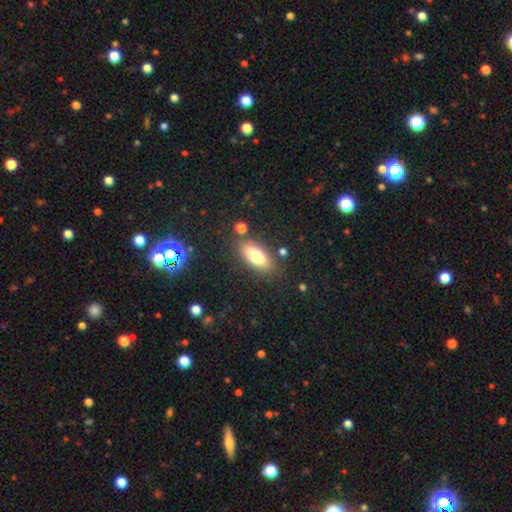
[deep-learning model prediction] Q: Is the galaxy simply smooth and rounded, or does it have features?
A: smooth — 72%.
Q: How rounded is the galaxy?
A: in between — 82%.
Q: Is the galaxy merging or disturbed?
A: none — 81%.